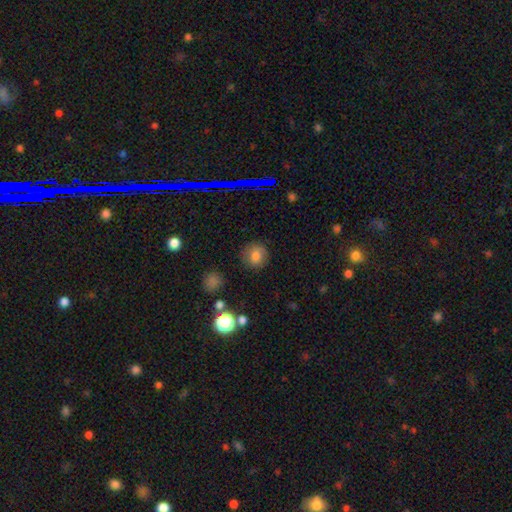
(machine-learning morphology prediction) This is likely a smooth galaxy (79%). How rounded: clearly round (85%). Merging: clearly none (84%).